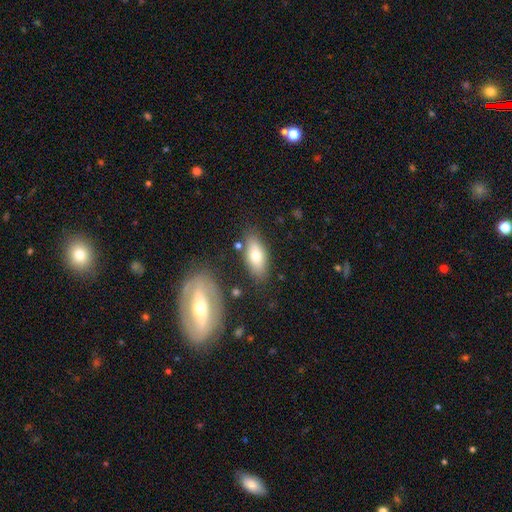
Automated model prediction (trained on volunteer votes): smooth_or_featured: smooth (p=0.72) [alt: featured or disk p=0.21]
how_rounded: in between (p=0.84) [alt: cigar-shaped p=0.13]
merging: none (p=0.77) [alt: minor disturbance p=0.13]